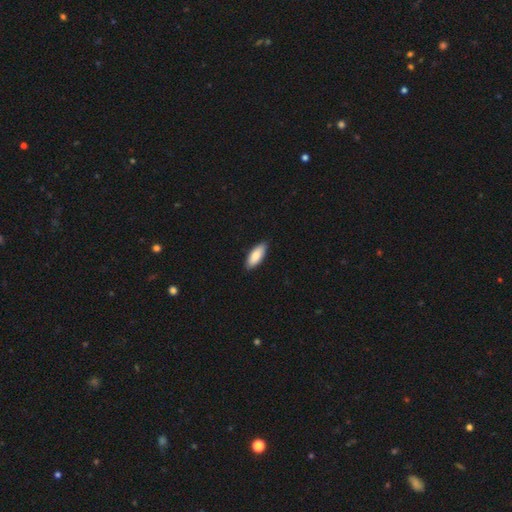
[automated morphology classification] The model was most divided on "how rounded": in between: 78%, cigar-shaped: 21%, round: 2%. More confident: merging — none (88%); smooth or featured — smooth (85%).